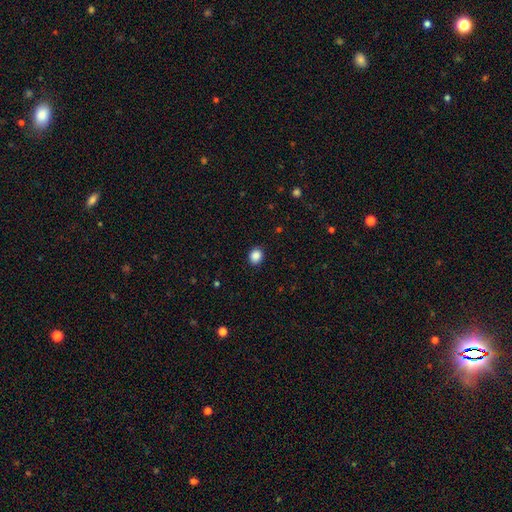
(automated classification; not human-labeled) smooth-or-featured: smooth: 88% | star or artifact: 9% | featured or disk: 3%
  how-rounded: round: 67% | in between: 32% | cigar-shaped: 1%
  merging: none: 90% | minor disturbance: 7% | major disturbance: 2% | merger: 1%